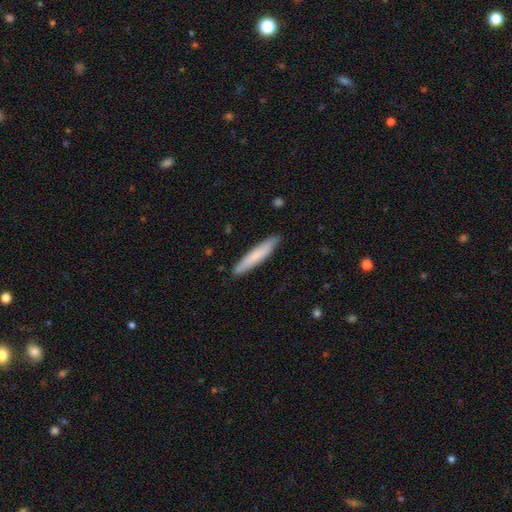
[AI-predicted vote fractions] The model was most divided on "smooth or featured": smooth: 75%, featured or disk: 20%, star or artifact: 5%. More confident: how rounded — cigar-shaped (92%); merging — none (89%).